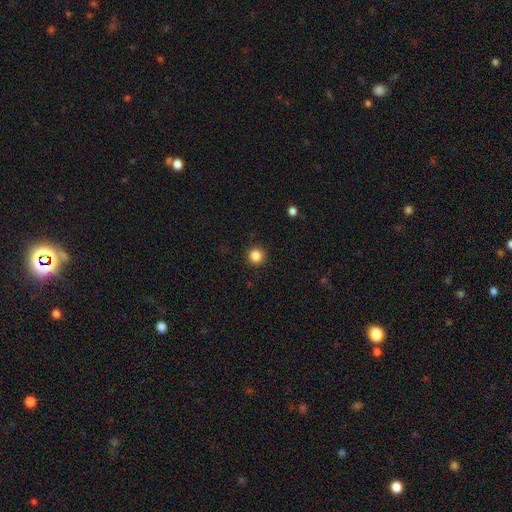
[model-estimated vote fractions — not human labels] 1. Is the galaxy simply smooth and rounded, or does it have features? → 86% smooth, 11% star or artifact, 4% featured or disk.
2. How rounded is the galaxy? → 94% round, 5% in between, 1% cigar-shaped.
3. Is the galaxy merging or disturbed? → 92% none, 5% minor disturbance, 2% major disturbance, 1% merger.